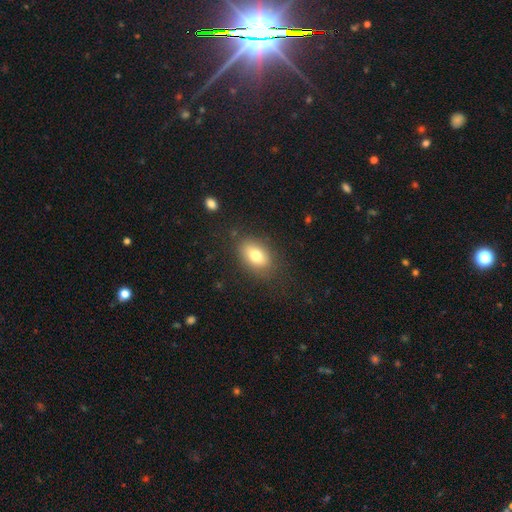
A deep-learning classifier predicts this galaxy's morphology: smooth_or_featured: smooth (p=0.77) [alt: featured or disk p=0.14]
how_rounded: in between (p=0.83) [alt: round p=0.15]
merging: none (p=0.81) [alt: minor disturbance p=0.13]